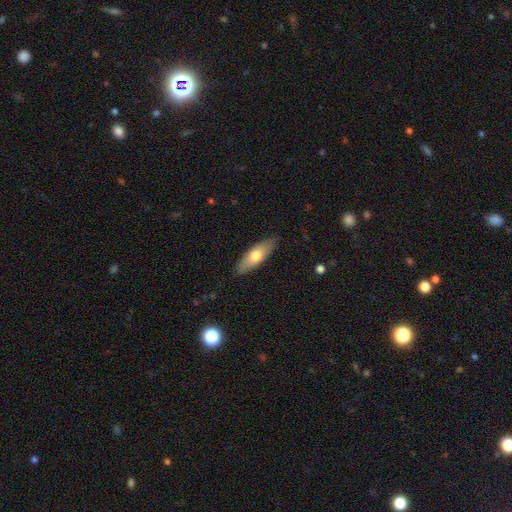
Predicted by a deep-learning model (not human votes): Overall: smooth (65%; featured or disk 29%). How rounded: in between (58%; cigar-shaped 39%). Merging: none (85%).